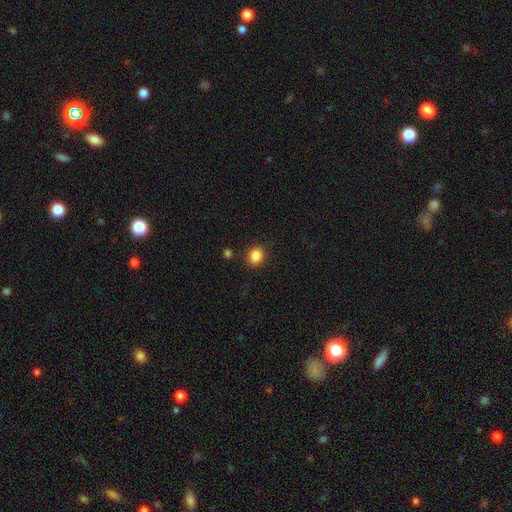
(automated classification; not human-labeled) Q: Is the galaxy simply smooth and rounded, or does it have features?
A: smooth — 86%.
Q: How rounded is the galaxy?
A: round — 66%.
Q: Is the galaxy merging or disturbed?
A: none — 86%.